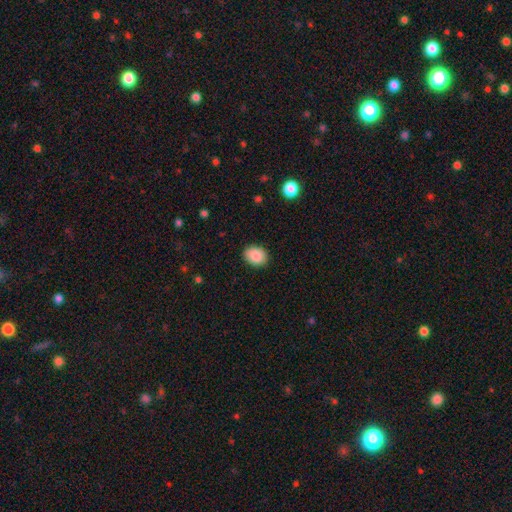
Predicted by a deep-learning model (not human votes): The model was most divided on "how rounded": in between: 58%, round: 42%, cigar-shaped: 1%. More confident: smooth or featured — smooth (88%); merging — none (87%).